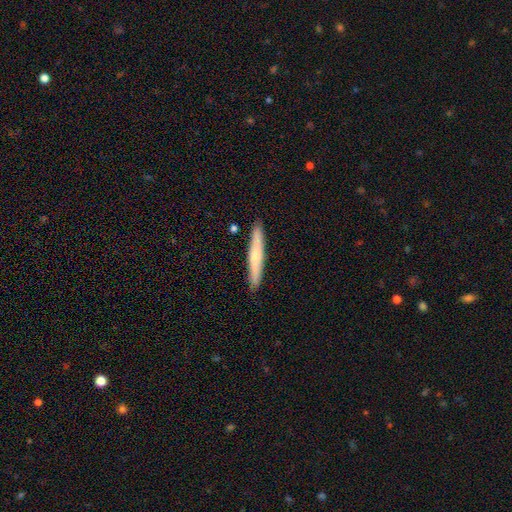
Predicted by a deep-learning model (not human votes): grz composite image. It shows a smooth galaxy with no disk features (55%) that is cigar-shaped (94%). Merging: none (90%).